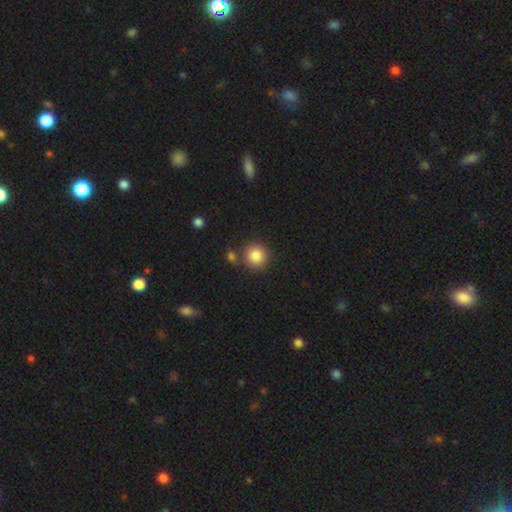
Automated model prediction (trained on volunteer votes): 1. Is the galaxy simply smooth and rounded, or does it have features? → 85% smooth, 9% star or artifact, 6% featured or disk.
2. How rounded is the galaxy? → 93% round, 7% in between, 1% cigar-shaped.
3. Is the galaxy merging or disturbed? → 77% none, 11% merger, 9% minor disturbance, 3% major disturbance.